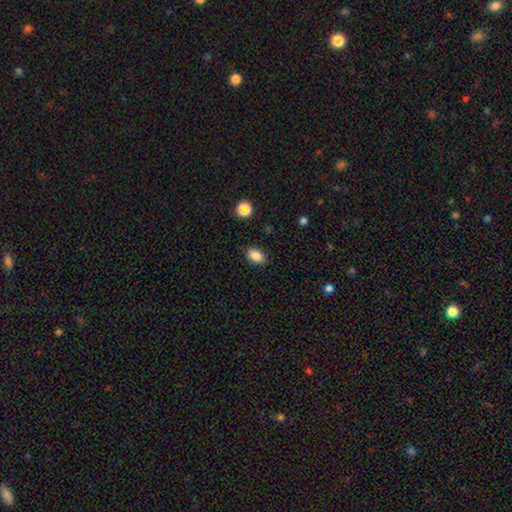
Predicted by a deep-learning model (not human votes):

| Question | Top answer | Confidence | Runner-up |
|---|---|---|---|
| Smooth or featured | smooth | 87% | star or artifact (9%) |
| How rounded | in between | 85% | round (14%) |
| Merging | none | 84% | minor disturbance (12%) |